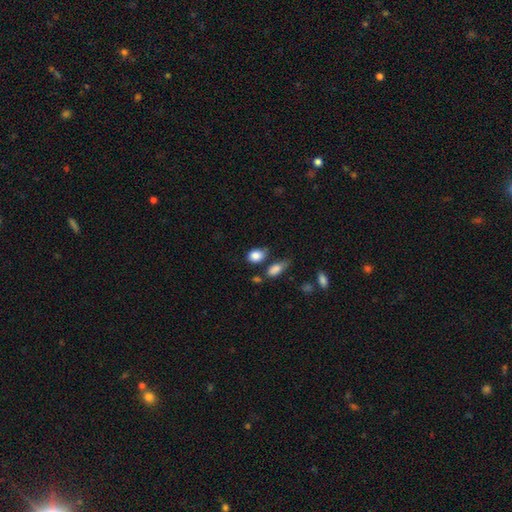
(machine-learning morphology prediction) This is clearly a smooth galaxy (86%). How rounded: likely in between (69%). Merging: possibly none (58%).